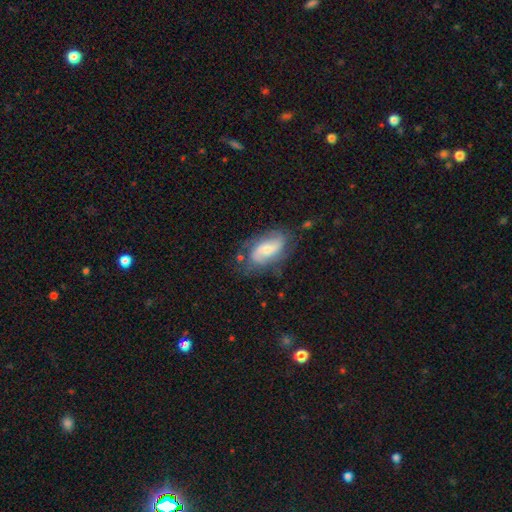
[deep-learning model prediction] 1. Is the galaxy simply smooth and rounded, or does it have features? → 55% featured or disk, 30% smooth, 15% star or artifact.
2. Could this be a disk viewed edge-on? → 90% no, 10% yes.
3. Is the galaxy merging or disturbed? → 71% none, 19% minor disturbance, 8% major disturbance, 2% merger.